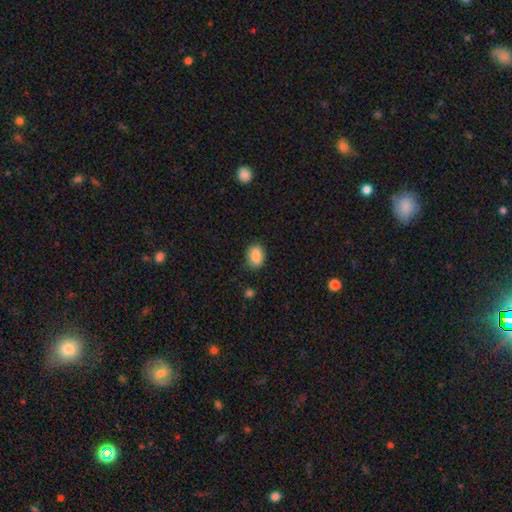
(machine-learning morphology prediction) Smooth or featured? smooth (86%)
How rounded? in between (78%)
Merging? none (80%)